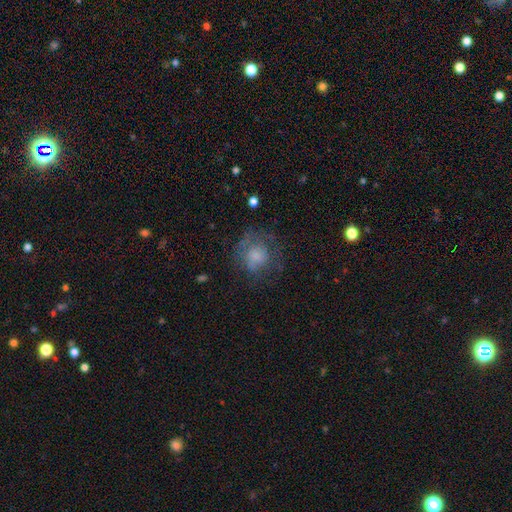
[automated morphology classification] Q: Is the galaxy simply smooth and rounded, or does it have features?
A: smooth — 59%.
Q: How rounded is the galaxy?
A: round — 83%.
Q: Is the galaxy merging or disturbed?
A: none — 56%.